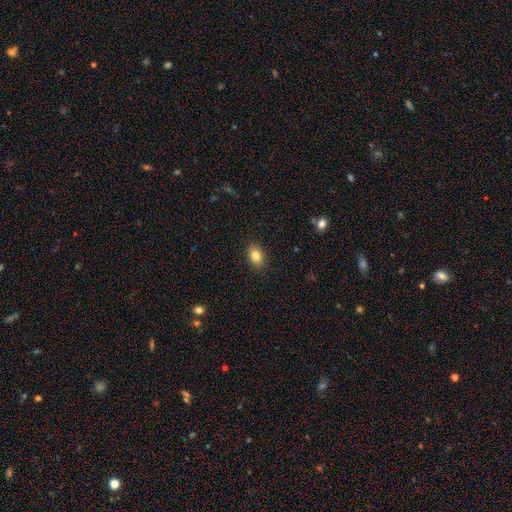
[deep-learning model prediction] smooth_or_featured: smooth (p=0.83) [alt: star or artifact p=0.09]
how_rounded: in between (p=0.76) [alt: round p=0.23]
merging: none (p=0.88) [alt: minor disturbance p=0.09]